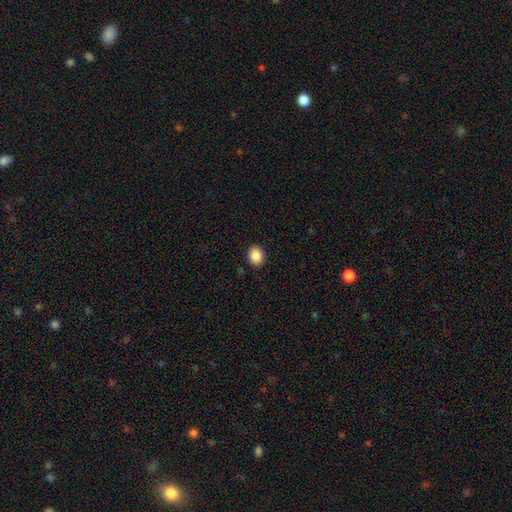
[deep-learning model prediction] The model was most divided on "how rounded": round: 57%, in between: 42%, cigar-shaped: 1%. More confident: merging — none (91%); smooth or featured — smooth (88%).